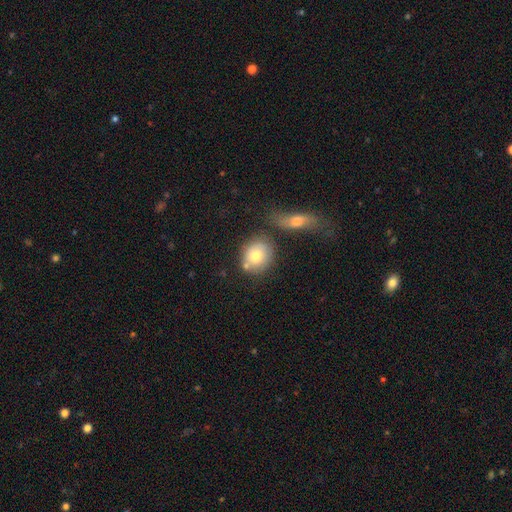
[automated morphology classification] Overall: smooth (73%). How rounded: round (67%; in between 31%). Merging: none (62%).